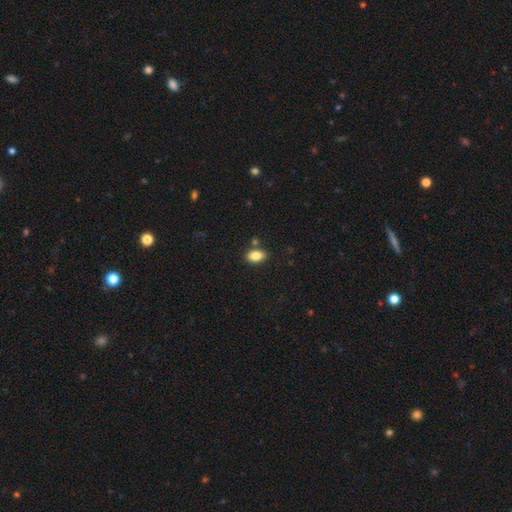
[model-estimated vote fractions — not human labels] A smooth galaxy with no disk features (84%) that is in between round and cigar-shaped (89%).

Vote fractions:
- Smooth or featured? smooth: 84% / star or artifact: 8% / featured or disk: 7%
- How rounded? in between: 89% / round: 9% / cigar-shaped: 2%
- Merging? none: 80% / minor disturbance: 10% / merger: 7% / major disturbance: 2%